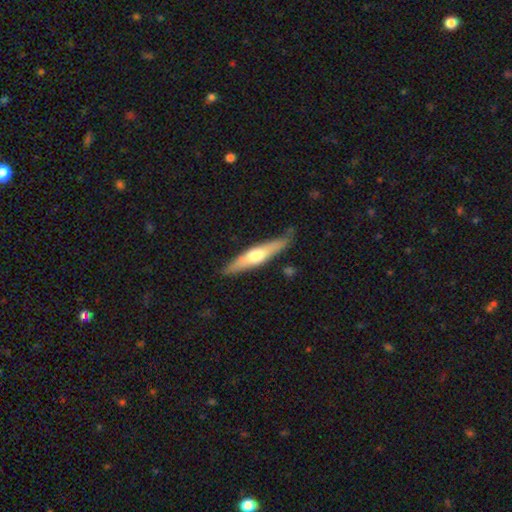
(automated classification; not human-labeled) A featured or disk galaxy (52%) viewed edge-on (91%). Merging: none (80%).